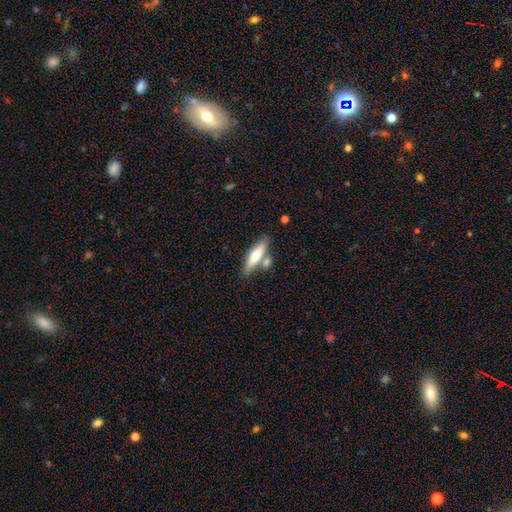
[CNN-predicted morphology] Q: Smooth or featured?
A: smooth (58%); runner-up: featured or disk (37%)
Q: How rounded?
A: cigar-shaped (66%); runner-up: in between (32%)
Q: Merging?
A: none (65%); runner-up: merger (20%)